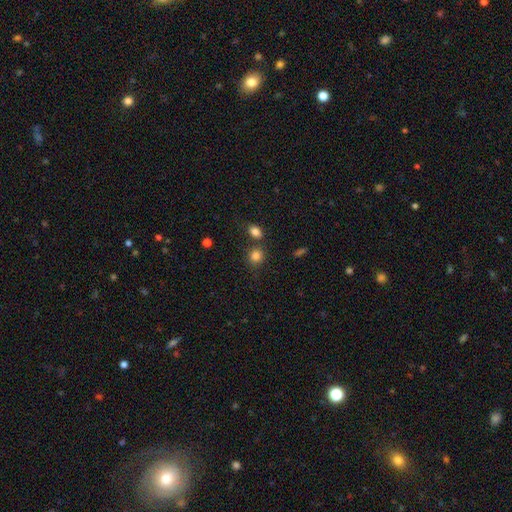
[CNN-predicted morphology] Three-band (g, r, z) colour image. It shows a smooth galaxy with no disk features (84%) that is round (74%). Merging: none (70%).